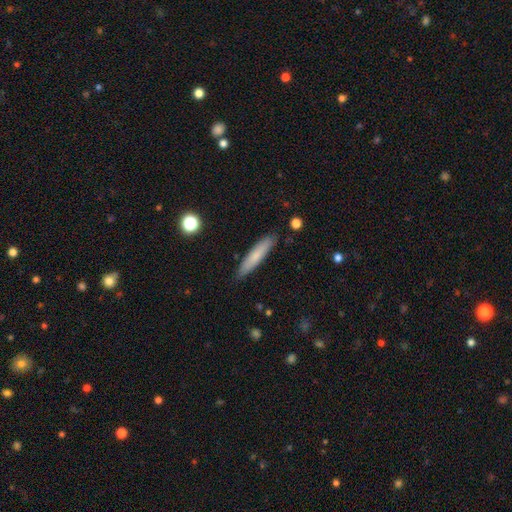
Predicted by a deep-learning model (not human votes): Morphology: type=smooth (72%); roundness=cigar-shaped (89%); merging=none (88%).